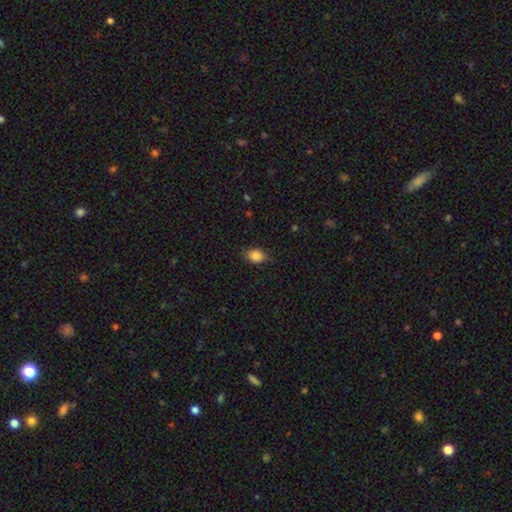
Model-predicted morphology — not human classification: The model was most divided on "how rounded": in between: 56%, round: 43%, cigar-shaped: 1%. More confident: smooth or featured — smooth (86%); merging — none (78%).